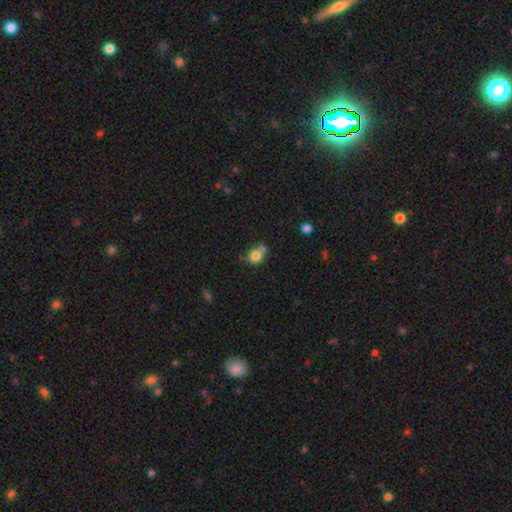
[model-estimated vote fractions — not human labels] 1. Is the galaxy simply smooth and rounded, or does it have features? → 78% smooth, 11% star or artifact, 11% featured or disk.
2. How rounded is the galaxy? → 75% round, 24% in between, 1% cigar-shaped.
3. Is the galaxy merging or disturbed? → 46% none, 36% merger, 13% minor disturbance, 5% major disturbance.